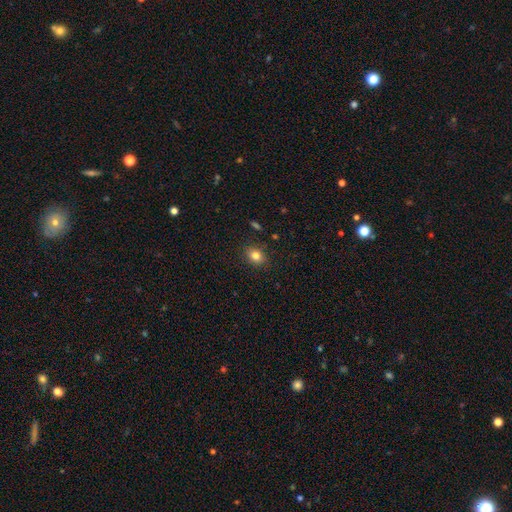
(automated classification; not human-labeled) A smooth galaxy with no disk features (81%) that is in between round and cigar-shaped (53%). Merging: none (87%).